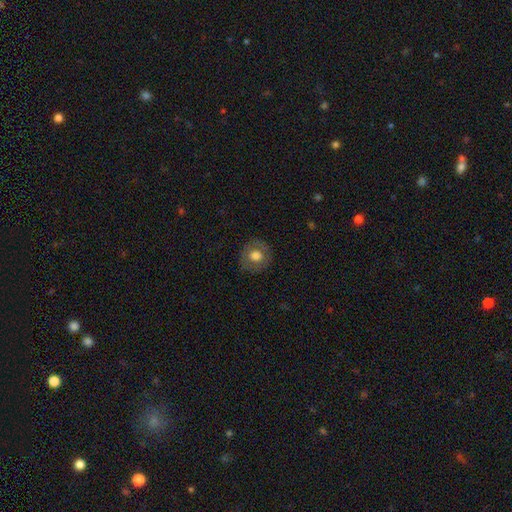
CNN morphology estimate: smooth 65%, featured or disk 27%, star or artifact 8%. Down the decision tree: how rounded — round (86%); merging — none (85%).